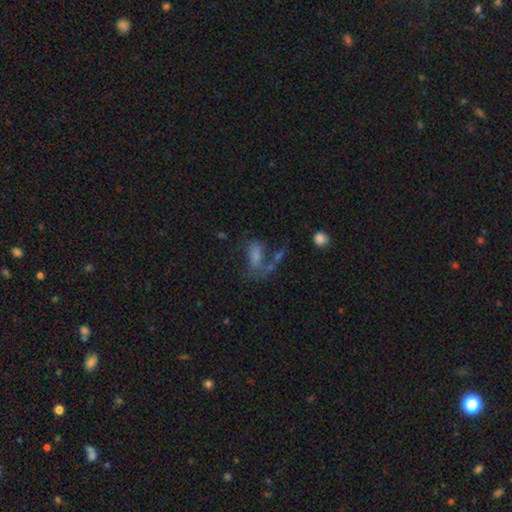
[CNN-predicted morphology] smooth_or_featured: smooth (p=0.44) [alt: featured or disk p=0.32]
merging: none (p=0.33) [alt: major disturbance p=0.28]